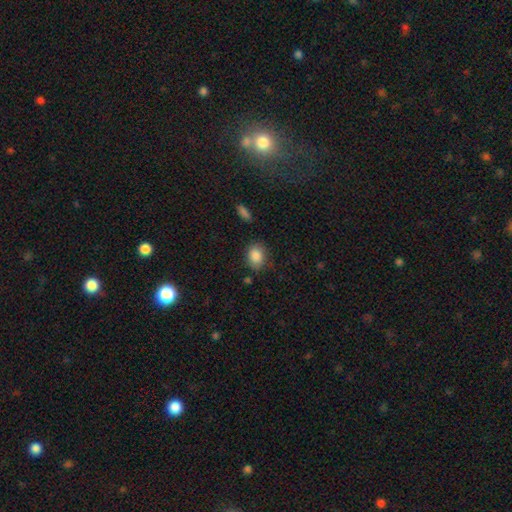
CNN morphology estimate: Smooth or featured? Predicted: smooth (p=0.86). How rounded? Predicted: in between (p=0.66). Merging? Predicted: none (p=0.79).